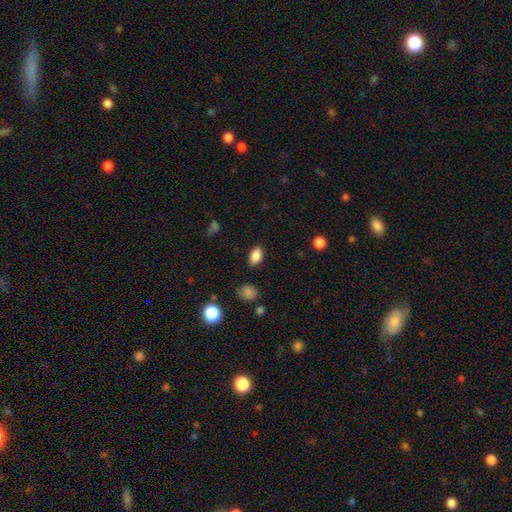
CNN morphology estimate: smooth-or-featured: smooth: 85% | star or artifact: 9% | featured or disk: 6%
  how-rounded: in between: 87% | round: 10% | cigar-shaped: 2%
  merging: none: 85% | minor disturbance: 11% | major disturbance: 3% | merger: 1%